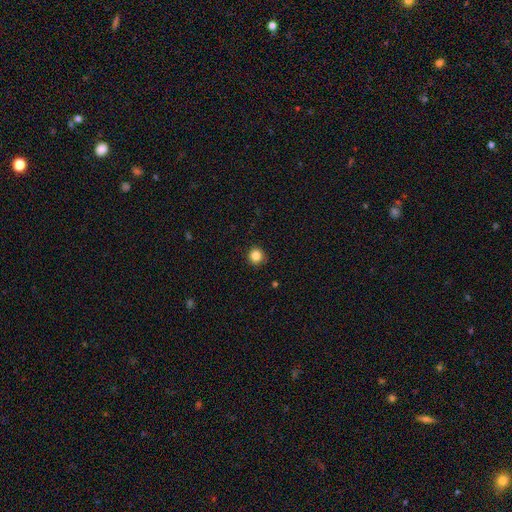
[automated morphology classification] Overall: smooth (85%). How rounded: round (94%). Merging: none (91%).